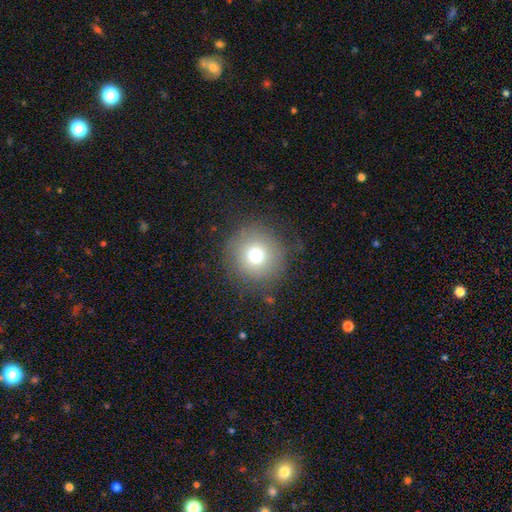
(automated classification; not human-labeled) Smooth or featured?
  - smooth: 71% *
  - star or artifact: 15%
  - featured or disk: 13%
How rounded?
  - round: 94% *
  - in between: 5%
  - cigar-shaped: 1%
Merging?
  - none: 81% *
  - minor disturbance: 11%
  - major disturbance: 7%
  - merger: 1%